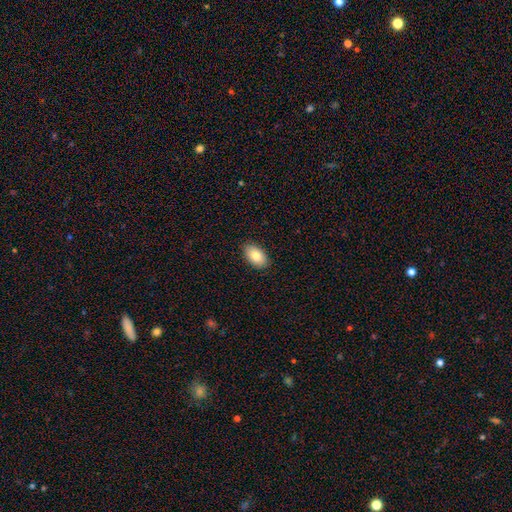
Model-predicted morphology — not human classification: Smooth or featured: smooth — 83% (featured or disk — 10%)
How rounded: in between — 93% (round — 5%)
Merging: none — 89% (minor disturbance — 9%)